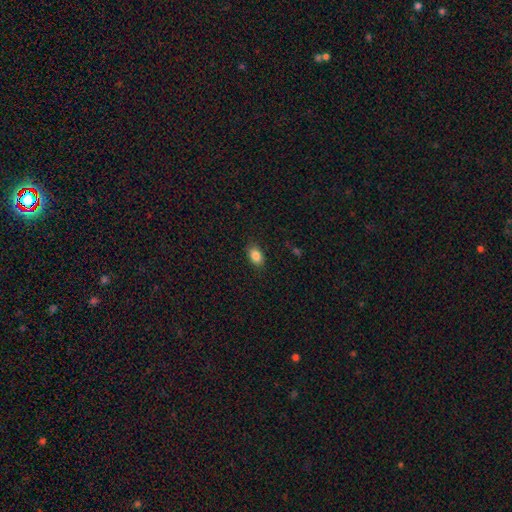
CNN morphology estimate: smooth_or_featured: smooth (p=0.86) [alt: star or artifact p=0.09]
how_rounded: in between (p=0.85) [alt: round p=0.14]
merging: none (p=0.87) [alt: minor disturbance p=0.10]